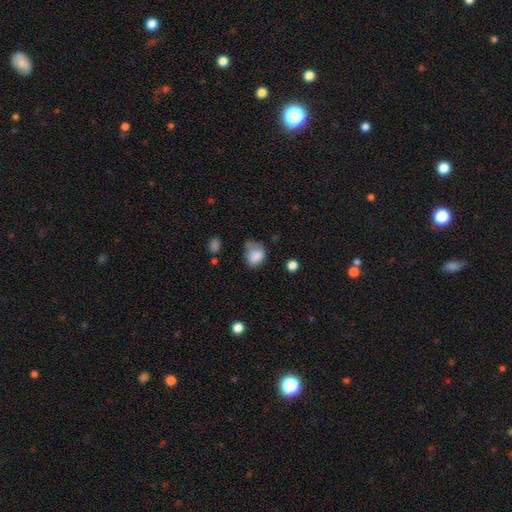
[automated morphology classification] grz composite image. It shows a smooth galaxy with no disk features (81%) that is in between round and cigar-shaped (55%). Merging: none (38%).